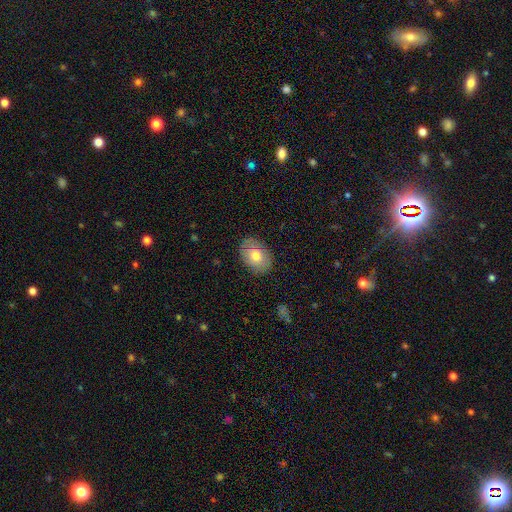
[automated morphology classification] A smooth galaxy with no disk features (73%) that is in between round and cigar-shaped (77%). Merging: none (84%).